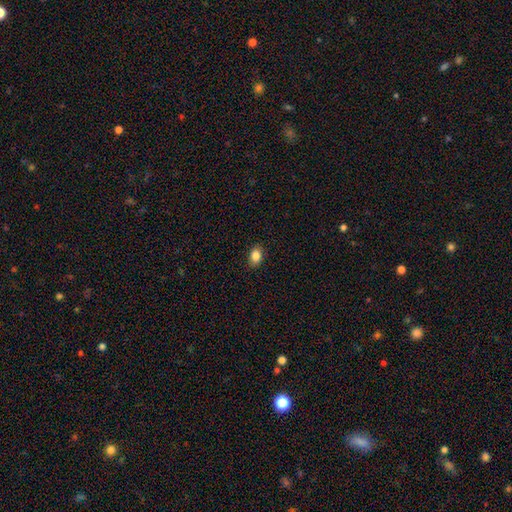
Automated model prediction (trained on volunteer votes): The model was most divided on "how rounded": in between: 80%, round: 18%, cigar-shaped: 1%. More confident: merging — none (88%); smooth or featured — smooth (86%).